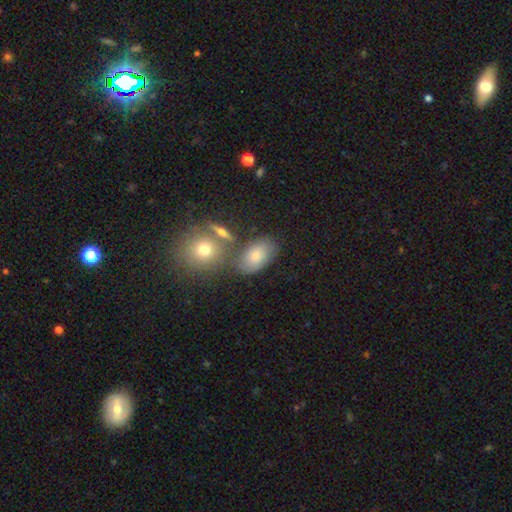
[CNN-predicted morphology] type=smooth (68%); roundness=in between (85%); merging=none (63%).